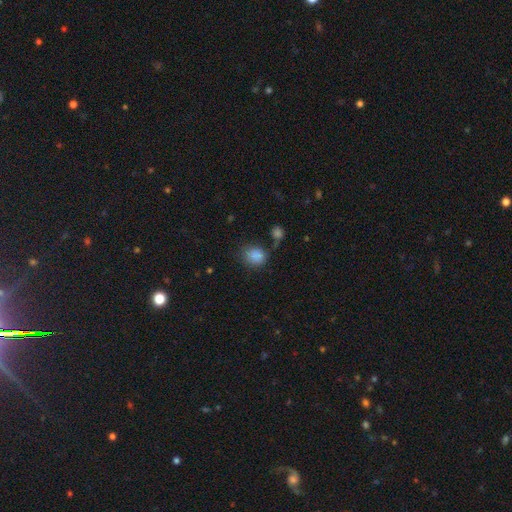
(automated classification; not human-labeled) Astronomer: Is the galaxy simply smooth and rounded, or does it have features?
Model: smooth — 86%.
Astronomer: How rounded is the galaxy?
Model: round — 58% (runner-up: in between, 41%).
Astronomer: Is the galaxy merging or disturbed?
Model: none — 67%.